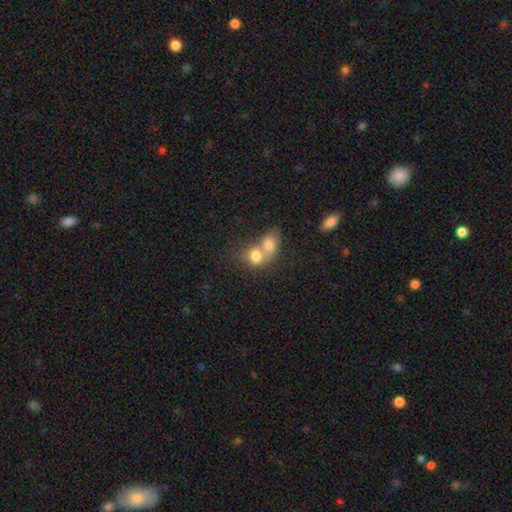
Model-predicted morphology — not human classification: A smooth galaxy with no disk features (74%) that is round (53%). Merging: merger (75%).